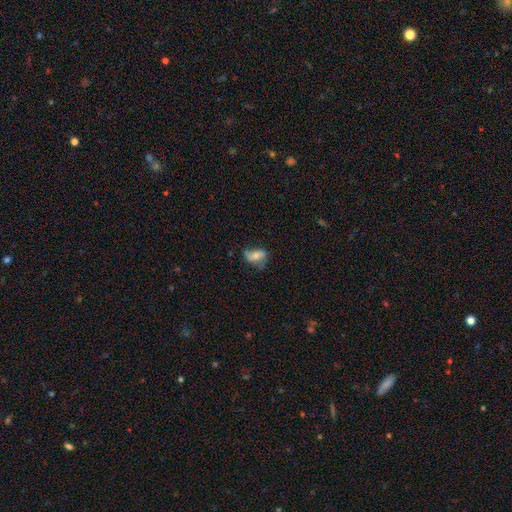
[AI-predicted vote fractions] A featured or disk galaxy (54%) with no bar (46%), spiral arms (79%) and a moderate central bulge (52%). Merging: none (55%).